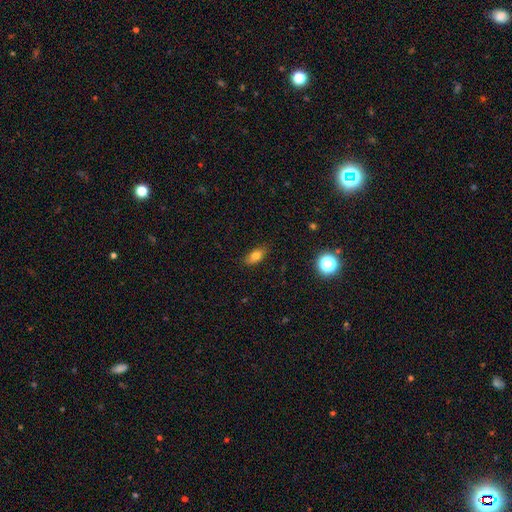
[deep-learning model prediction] smooth 76%, featured or disk 14%, star or artifact 11%. Down the decision tree: how rounded — in between (83%); merging — none (84%).